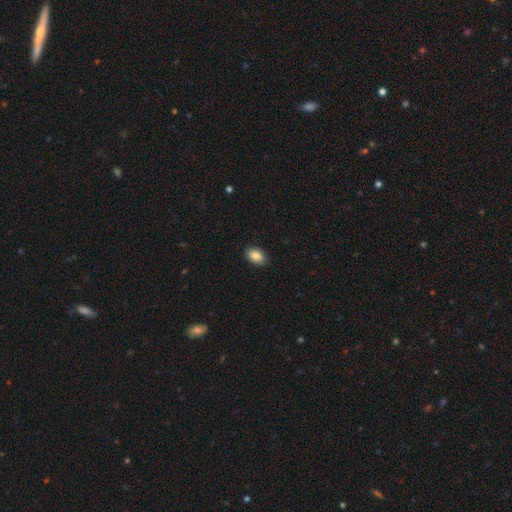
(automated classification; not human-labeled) Morphology: type=smooth (87%); roundness=in between (90%); merging=none (88%).